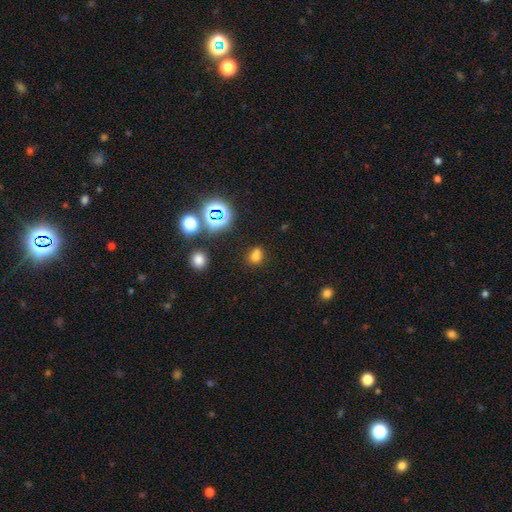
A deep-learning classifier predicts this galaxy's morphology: The model was most divided on "how rounded": round: 55%, in between: 43%, cigar-shaped: 2%. More confident: smooth or featured — smooth (66%); merging — none (62%).